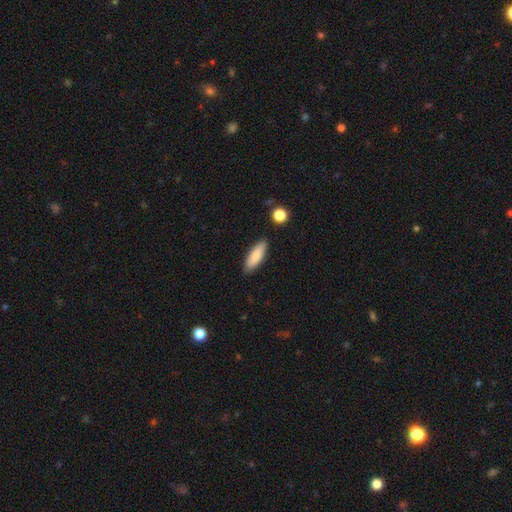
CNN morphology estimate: Overall: smooth (84%). How rounded: in between (56%; cigar-shaped 42%). Merging: none (86%).